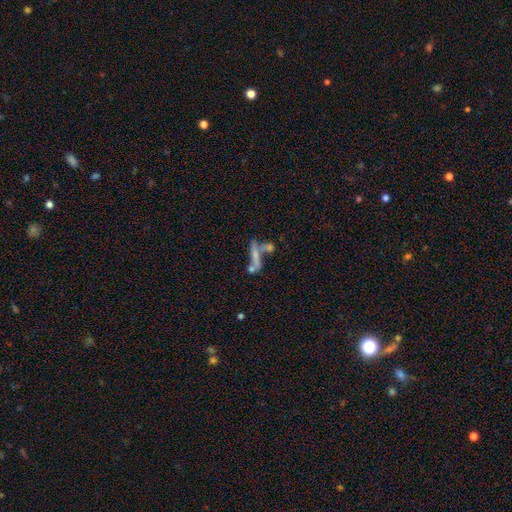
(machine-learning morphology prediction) type=smooth (46%); merging=merger (43%).